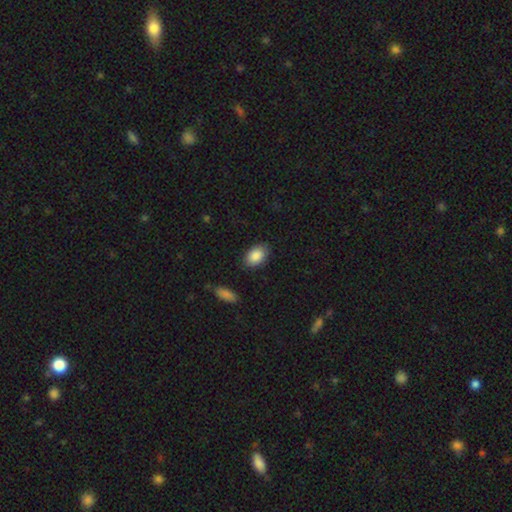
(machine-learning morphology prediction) The model was most divided on "merging": none: 84%, minor disturbance: 11%, major disturbance: 3%, merger: 2%. More confident: smooth or featured — smooth (89%); how rounded — in between (88%).